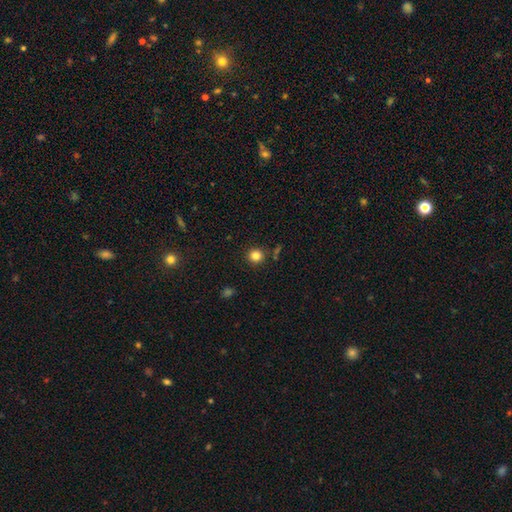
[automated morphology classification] Smooth or featured?
  - smooth: 82% *
  - star or artifact: 12%
  - featured or disk: 5%
How rounded?
  - round: 93% *
  - in between: 6%
  - cigar-shaped: 1%
Merging?
  - none: 88% *
  - minor disturbance: 6%
  - merger: 3%
  - major disturbance: 2%